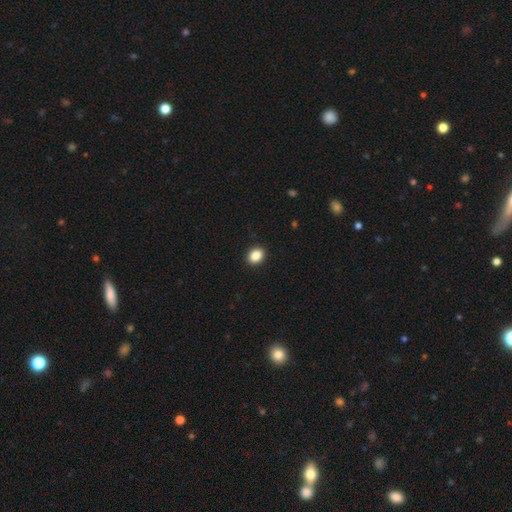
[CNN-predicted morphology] Smooth or featured? Predicted: smooth (p=0.87). How rounded? Predicted: round (p=0.53). Merging? Predicted: none (p=0.92).